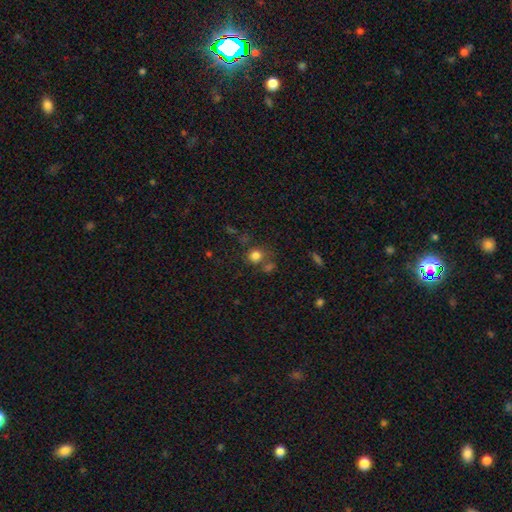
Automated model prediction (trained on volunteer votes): Smooth or featured? Predicted: smooth (p=0.78). How rounded? Predicted: round (p=0.83). Merging? Predicted: none (p=0.61).